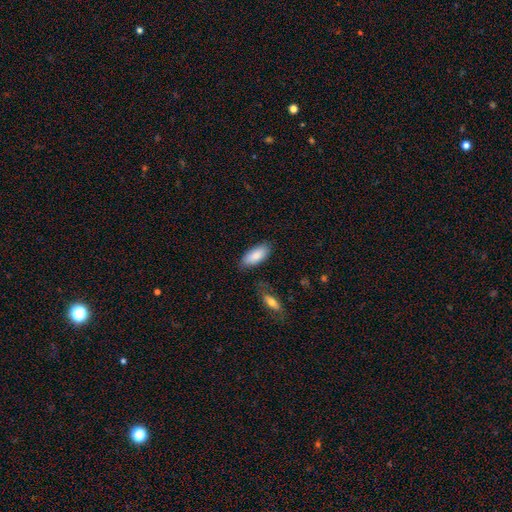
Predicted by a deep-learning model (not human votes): Morphology: type=smooth (85%); roundness=in between (86%); merging=none (79%).